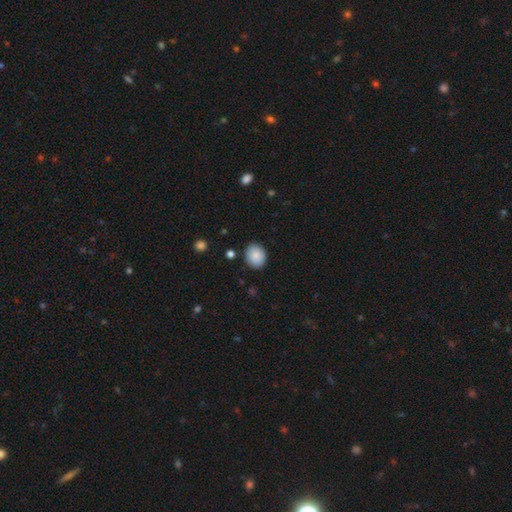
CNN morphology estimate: Smooth or featured?
  - smooth: 88% *
  - star or artifact: 7%
  - featured or disk: 5%
How rounded?
  - round: 56% *
  - in between: 43%
  - cigar-shaped: 1%
Merging?
  - none: 87% *
  - minor disturbance: 10%
  - major disturbance: 2%
  - merger: 2%